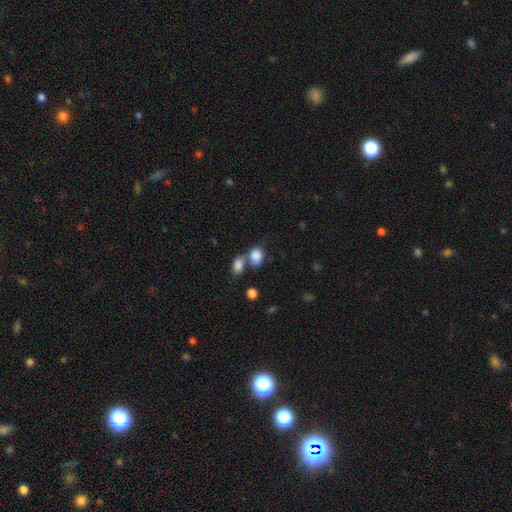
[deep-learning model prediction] This is clearly a smooth galaxy (85%). How rounded: possibly in between (59%). Merging: possibly merger (51%).